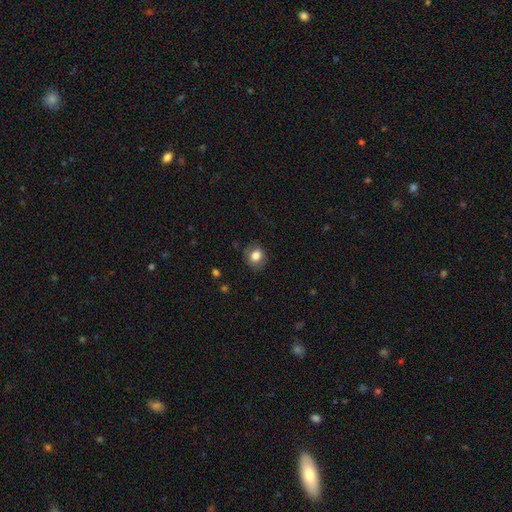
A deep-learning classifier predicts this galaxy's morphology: The model was most divided on "how rounded": round: 66%, in between: 33%, cigar-shaped: 1%. More confident: smooth or featured — smooth (81%); merging — none (78%).